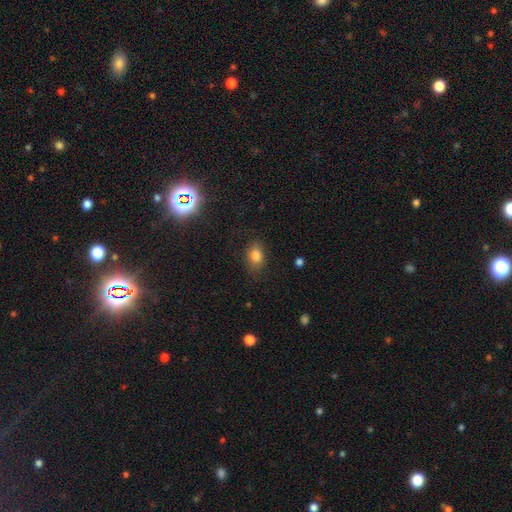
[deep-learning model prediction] Overall: smooth (80%). How rounded: in between (72%). Merging: none (80%).